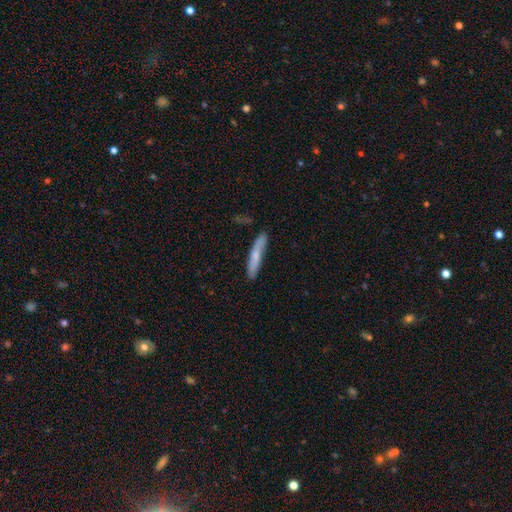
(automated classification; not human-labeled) This appears to be a smooth galaxy with no disk features (65%) that is cigar-shaped (92%). Merging: none (80%).